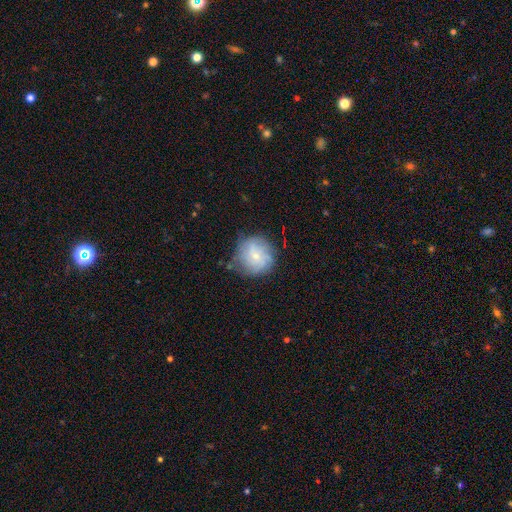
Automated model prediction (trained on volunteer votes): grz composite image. It shows a smooth galaxy with no disk features (55%) that is round (90%). Merging: none (69%).